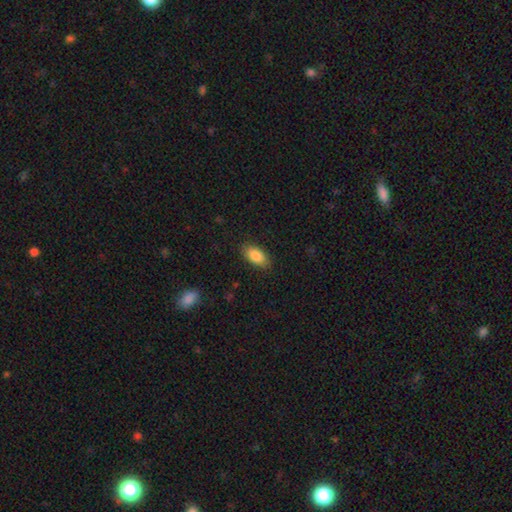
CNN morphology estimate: Overall: smooth (87%). How rounded: in between (93%). Merging: none (87%).